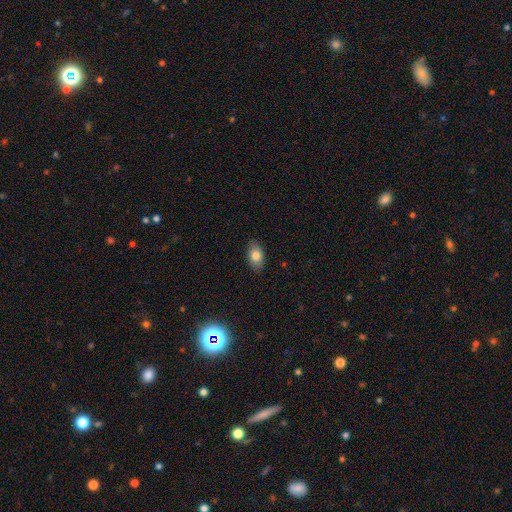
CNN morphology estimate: type=smooth (80%); roundness=in between (91%); merging=none (88%).